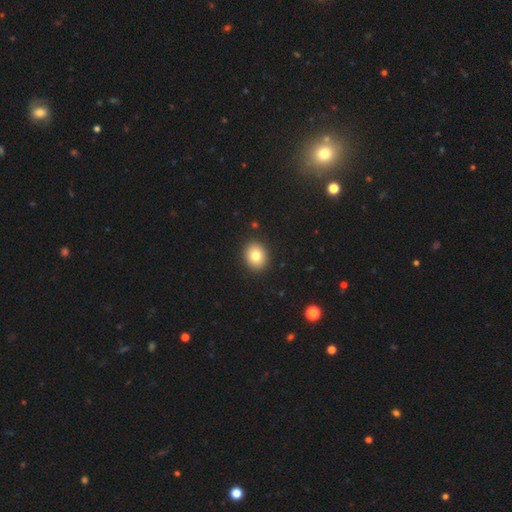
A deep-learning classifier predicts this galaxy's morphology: Q: Smooth or featured?
A: smooth (81%); runner-up: featured or disk (10%)
Q: How rounded?
A: round (60%); runner-up: in between (39%)
Q: Merging?
A: none (91%); runner-up: minor disturbance (6%)